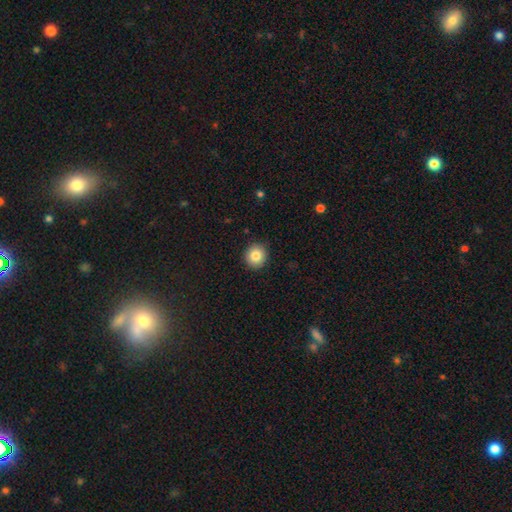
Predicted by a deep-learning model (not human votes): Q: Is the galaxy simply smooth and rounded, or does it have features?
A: smooth — 83%.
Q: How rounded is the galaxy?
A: round — 91%.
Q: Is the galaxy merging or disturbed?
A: none — 91%.